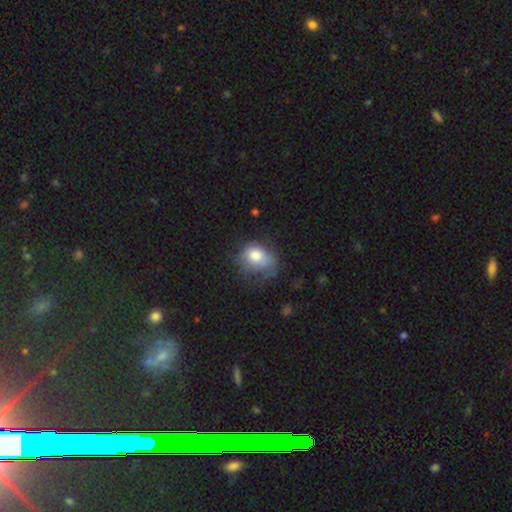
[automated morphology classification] Smooth or featured? Predicted: smooth (p=0.73). How rounded? Predicted: in between (p=0.59). Merging? Predicted: none (p=0.33).